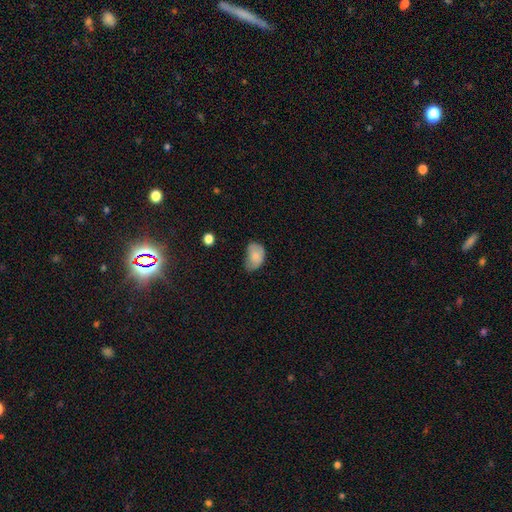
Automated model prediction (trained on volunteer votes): Overall: smooth (79%). How rounded: in between (82%). Merging: minor disturbance (47%; none 32%).